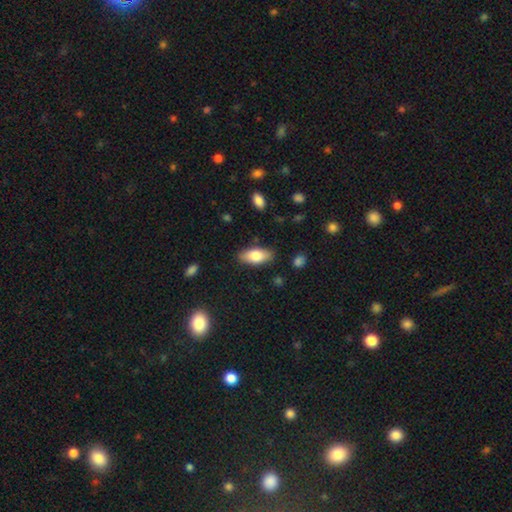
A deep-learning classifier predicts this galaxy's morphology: smooth_or_featured: smooth (p=0.76) [alt: featured or disk p=0.17]
how_rounded: in between (p=0.85) [alt: cigar-shaped p=0.12]
merging: none (p=0.85) [alt: minor disturbance p=0.11]